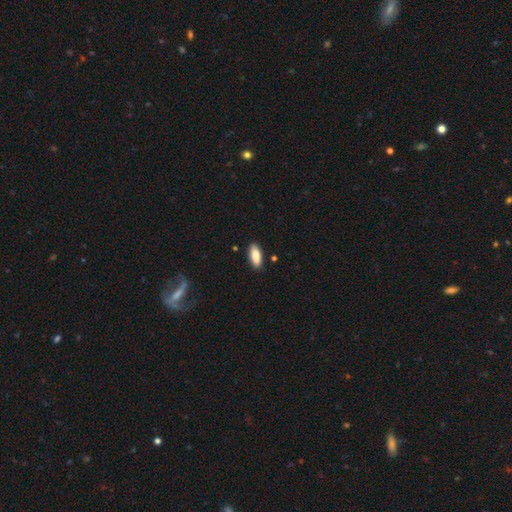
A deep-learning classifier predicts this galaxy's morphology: smooth-or-featured: smooth: 84% | featured or disk: 10% | star or artifact: 6%
  how-rounded: in between: 82% | cigar-shaped: 16% | round: 2%
  merging: none: 88% | minor disturbance: 9% | major disturbance: 2% | merger: 1%